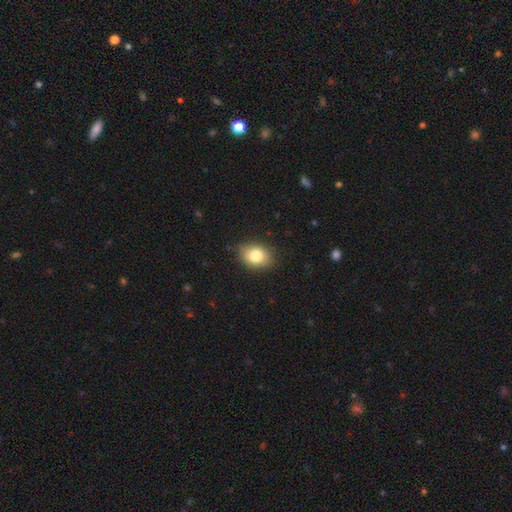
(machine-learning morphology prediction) Overall: smooth (82%). How rounded: in between (69%; round 30%). Merging: none (84%).